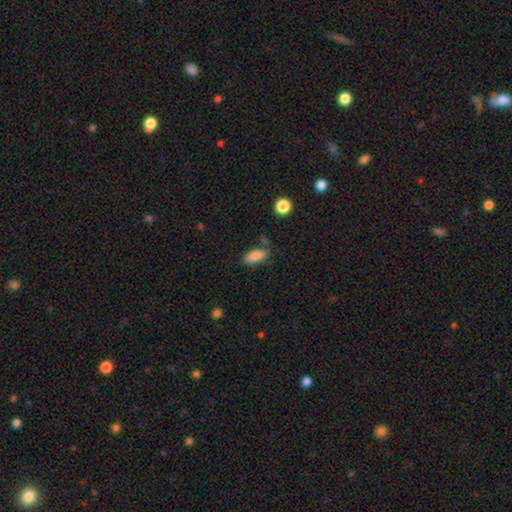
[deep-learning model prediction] Overall: smooth (84%). How rounded: in between (79%). Merging: none (68%).